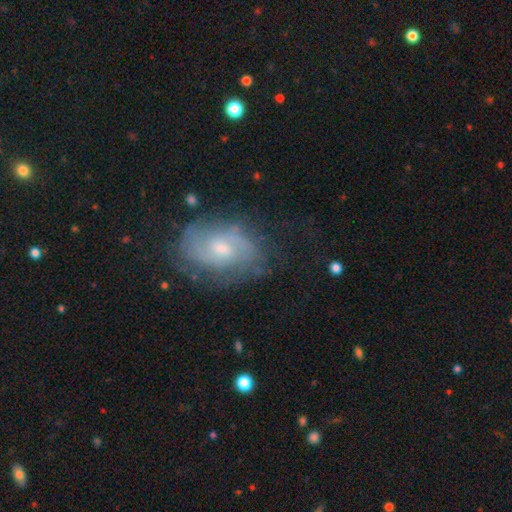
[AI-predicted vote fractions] featured or disk 71%, smooth 21%, star or artifact 9%. Down the decision tree: edge-on disk — no (96%); bar — no (60%); spiral arms — yes (85%); spiral arm count — 2 (46%); spiral winding — tight (44%); bulge size — moderate (52%); merging — none (68%).